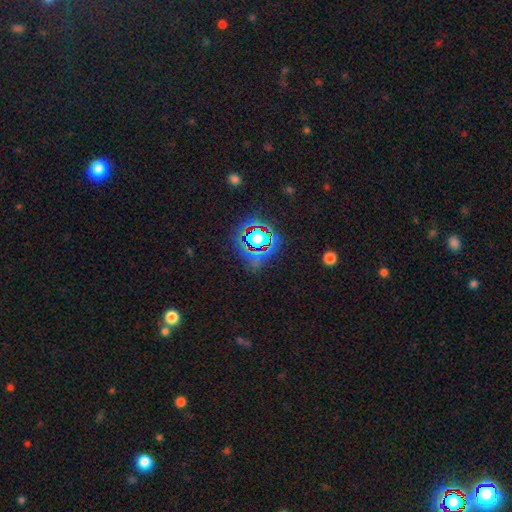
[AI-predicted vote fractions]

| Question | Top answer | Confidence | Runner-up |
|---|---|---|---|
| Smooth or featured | star or artifact | 75% | smooth (16%) |